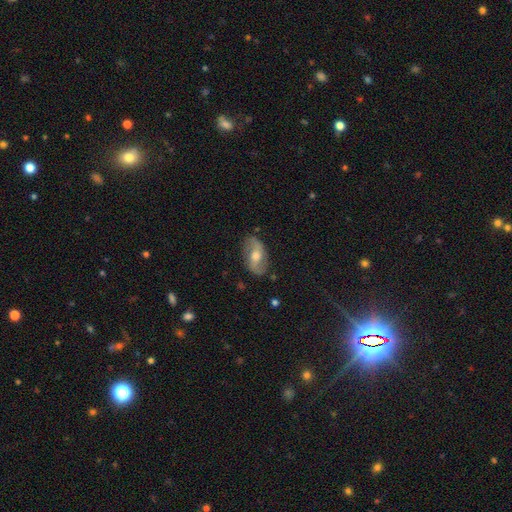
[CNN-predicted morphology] A featured or disk galaxy (60%) with a weak bar (42%), spiral arms (76%) and a moderate central bulge (67%).

Vote fractions:
- Smooth or featured? featured or disk: 60% / smooth: 32% / star or artifact: 7%
- Edge-on disk? no: 92% / yes: 8%
- Bar? weak: 42% / no: 40% / strong: 18%
- Spiral arms? yes: 76% / no: 24%
- Bulge size? moderate: 67% / large: 18% / small: 11% / none: 2% / dominant: 1%
- Merging? none: 79% / minor disturbance: 15% / major disturbance: 4% / merger: 1%